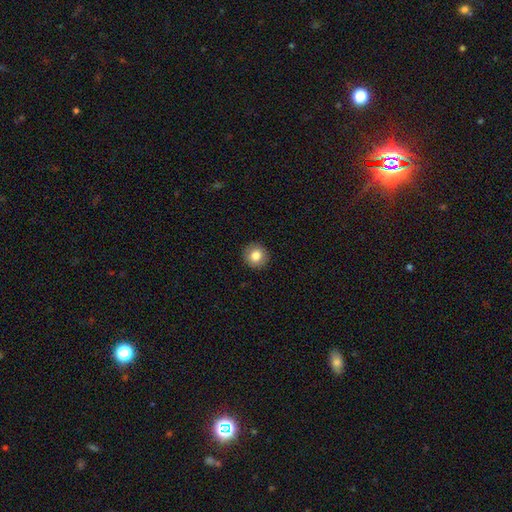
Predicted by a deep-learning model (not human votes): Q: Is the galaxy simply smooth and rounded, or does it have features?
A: smooth — 83%.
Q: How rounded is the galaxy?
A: round — 92%.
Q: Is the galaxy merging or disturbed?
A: none — 92%.